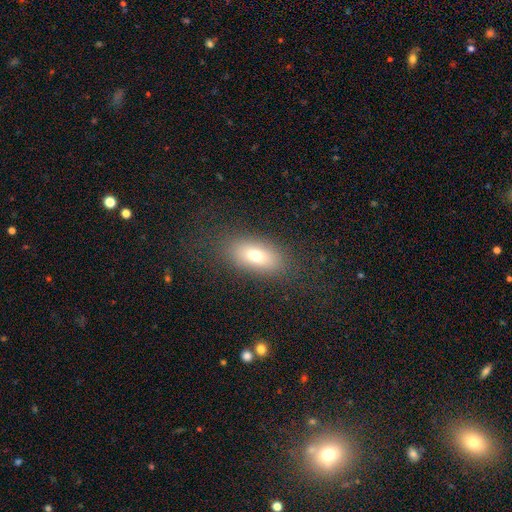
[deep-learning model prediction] The model was most divided on "smooth or featured": smooth: 71%, featured or disk: 18%, star or artifact: 11%. More confident: how rounded — in between (84%); merging — none (81%).